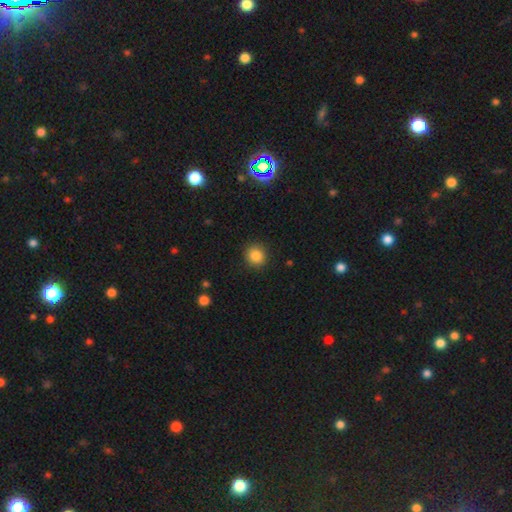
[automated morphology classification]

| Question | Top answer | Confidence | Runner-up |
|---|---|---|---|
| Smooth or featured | smooth | 85% | star or artifact (10%) |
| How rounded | round | 89% | in between (11%) |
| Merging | none | 89% | minor disturbance (7%) |